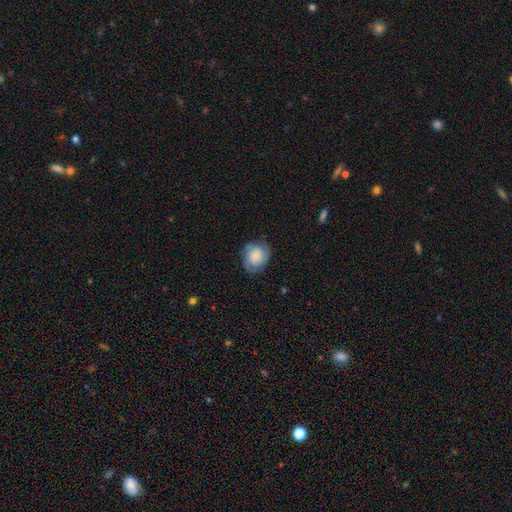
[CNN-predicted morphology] This is possibly a featured or disk galaxy (51%). It is clearly not viewed edge-on (98%). Merging: likely none (71%).